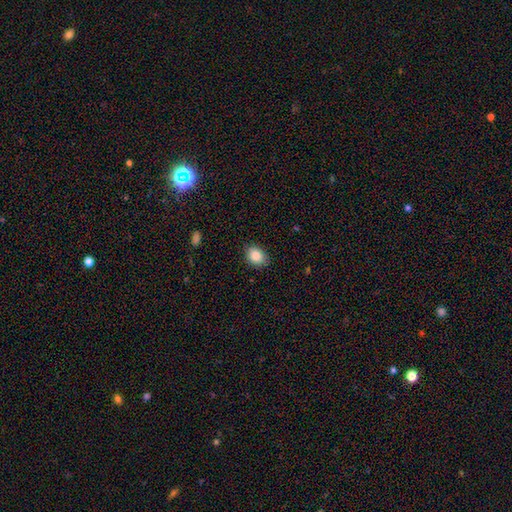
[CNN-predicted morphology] smooth-or-featured: smooth: 87% | star or artifact: 8% | featured or disk: 5%
  how-rounded: in between: 65% | round: 34% | cigar-shaped: 1%
  merging: none: 84% | minor disturbance: 12% | major disturbance: 3% | merger: 1%